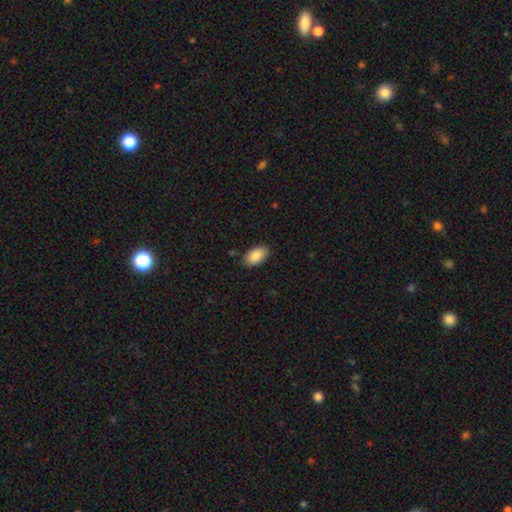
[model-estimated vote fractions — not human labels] This appears to be a smooth galaxy with no disk features (87%) that is in between round and cigar-shaped (95%). Merging: none (86%).